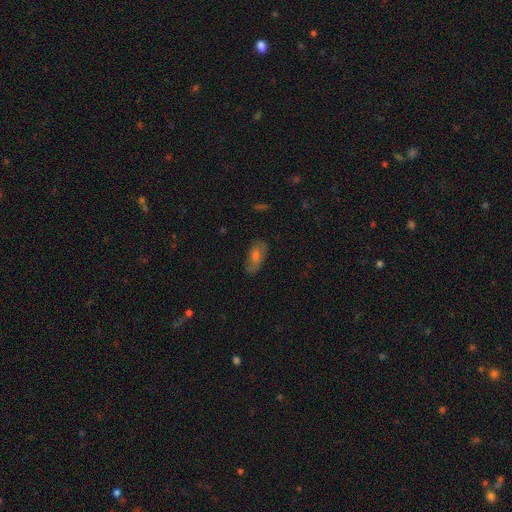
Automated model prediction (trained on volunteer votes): Smooth or featured?
  - smooth: 53% *
  - featured or disk: 35%
  - star or artifact: 12%
How rounded?
  - in between: 84% *
  - cigar-shaped: 10%
  - round: 5%
Merging?
  - none: 77% *
  - minor disturbance: 17%
  - major disturbance: 4%
  - merger: 1%